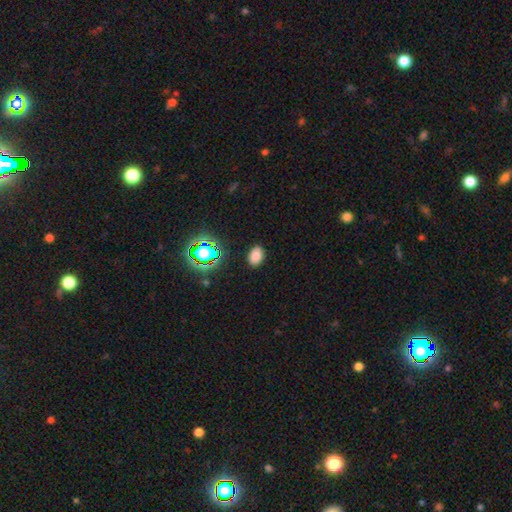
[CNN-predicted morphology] Smooth or featured?
  - smooth: 77% *
  - star or artifact: 17%
  - featured or disk: 6%
How rounded?
  - in between: 81% *
  - round: 18%
  - cigar-shaped: 1%
Merging?
  - none: 87% *
  - minor disturbance: 9%
  - major disturbance: 2%
  - merger: 1%